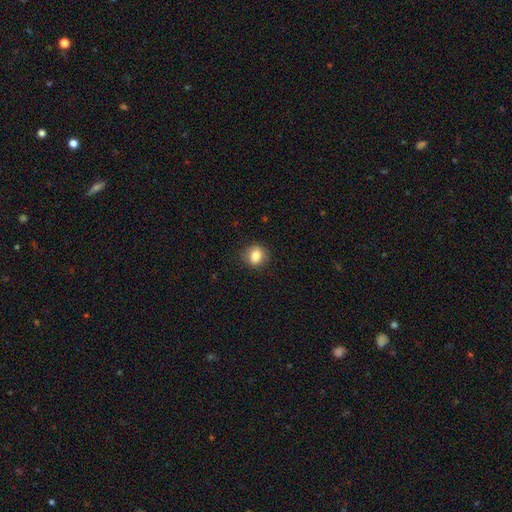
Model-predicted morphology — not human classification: Smooth or featured? smooth (82%)
How rounded? round (74%)
Merging? none (86%)